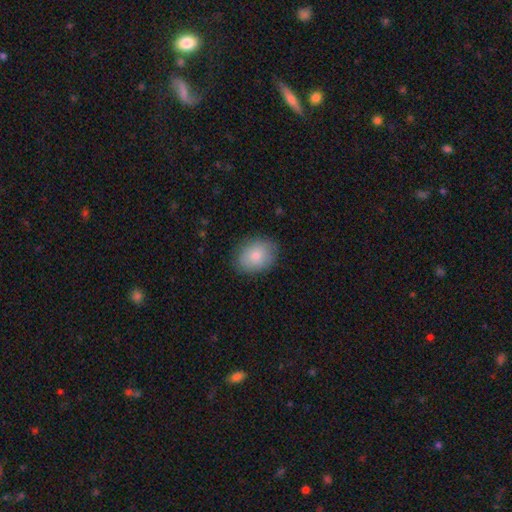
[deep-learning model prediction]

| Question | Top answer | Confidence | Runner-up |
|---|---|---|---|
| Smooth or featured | smooth | 82% | featured or disk (11%) |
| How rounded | in between | 58% | round (41%) |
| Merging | none | 82% | minor disturbance (13%) |